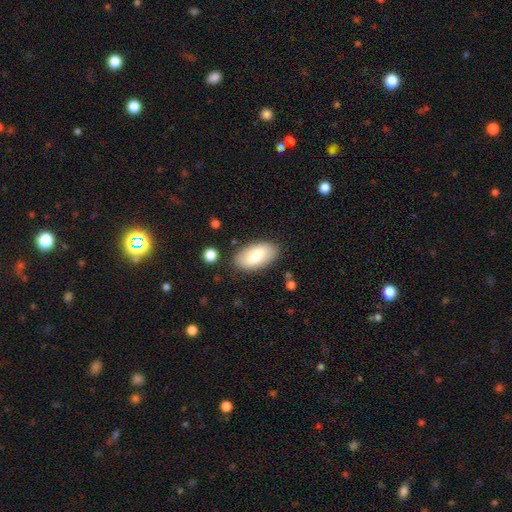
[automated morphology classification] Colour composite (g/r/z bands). It shows a smooth galaxy with no disk features (73%) that is in between round and cigar-shaped (95%). Merging: none (84%).